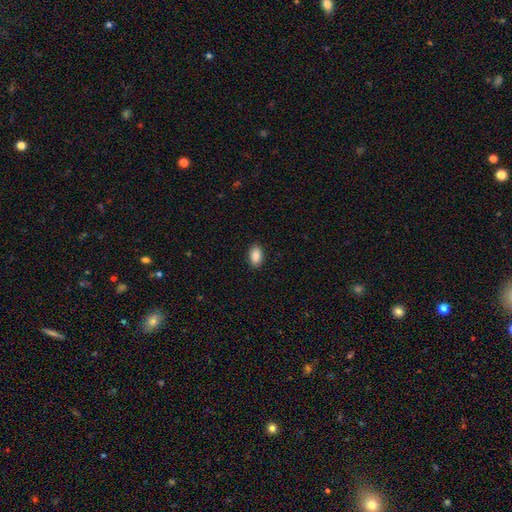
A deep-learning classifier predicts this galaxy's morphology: A smooth galaxy with no disk features (89%) that is in between round and cigar-shaped (92%). Merging: none (89%).